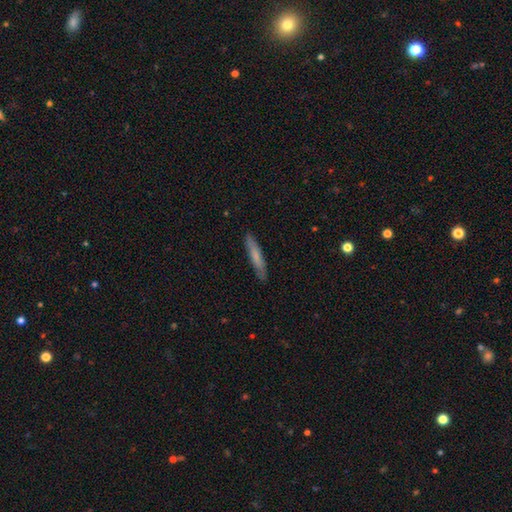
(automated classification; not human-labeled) Smooth or featured? smooth (67%)
How rounded? cigar-shaped (92%)
Merging? none (87%)